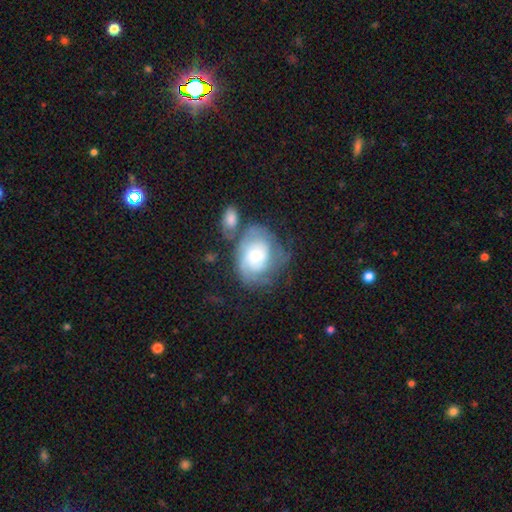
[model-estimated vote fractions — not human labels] smooth-or-featured: featured or disk: 64% | smooth: 29% | star or artifact: 7%
  disk-edge-on: no: 97% | yes: 3%
    bar: no: 77% | weak: 20% | strong: 3%
    has-spiral-arms: yes: 83% | no: 17%
      spiral-winding: tight: 55% | medium: 32% | loose: 14%
      spiral-arm-count: can't tell: 48% | 2: 23% | 3: 13% | 1: 6% | 4: 6% | more than 4: 4%
    bulge-size: moderate: 44% | small: 39% | large: 13% | dominant: 2% | none: 2%
  merging: none: 43% | minor disturbance: 22% | major disturbance: 19% | merger: 16%